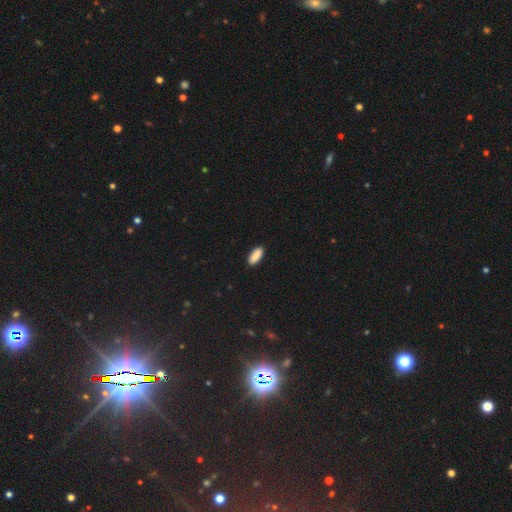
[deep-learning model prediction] Smooth or featured: smooth — 90% (star or artifact — 6%)
How rounded: in between — 79% (cigar-shaped — 19%)
Merging: none — 90% (minor disturbance — 7%)